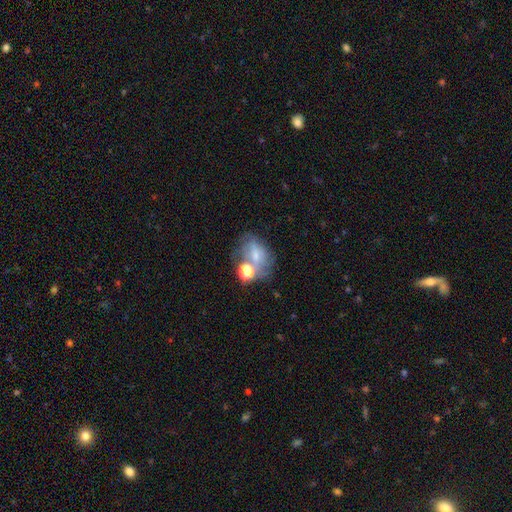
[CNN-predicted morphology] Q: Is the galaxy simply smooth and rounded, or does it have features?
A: smooth — 48%.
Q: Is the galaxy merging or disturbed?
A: none — 36%.